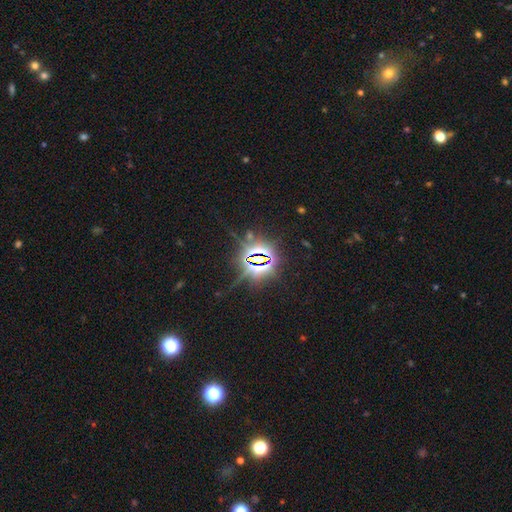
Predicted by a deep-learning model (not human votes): The model was most divided on "smooth or featured": star or artifact: 84%, smooth: 9%, featured or disk: 7%.